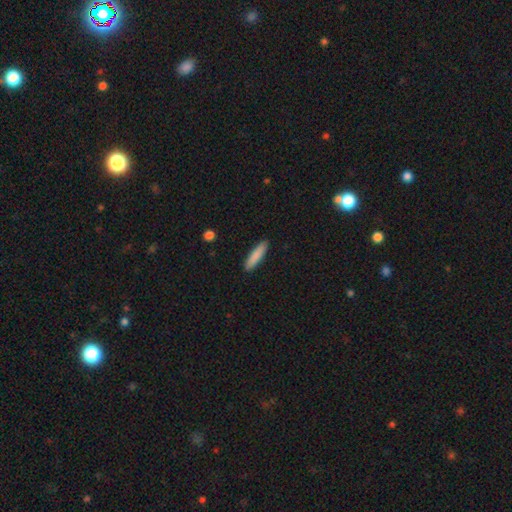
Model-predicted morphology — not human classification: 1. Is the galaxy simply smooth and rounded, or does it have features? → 85% smooth, 9% featured or disk, 6% star or artifact.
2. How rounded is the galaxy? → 82% cigar-shaped, 16% in between, 1% round.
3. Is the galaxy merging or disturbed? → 90% none, 7% minor disturbance, 2% major disturbance, 1% merger.